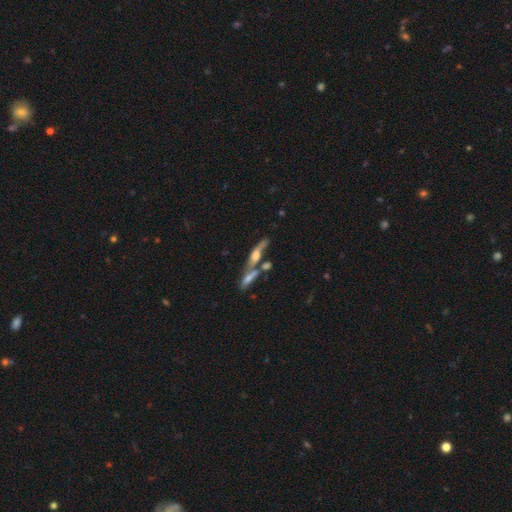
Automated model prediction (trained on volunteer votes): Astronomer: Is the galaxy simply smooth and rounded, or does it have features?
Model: featured or disk — 63%.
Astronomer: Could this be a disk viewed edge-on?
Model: yes — 75%.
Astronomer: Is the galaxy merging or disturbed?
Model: merger — 41% (runner-up: none, 40%).